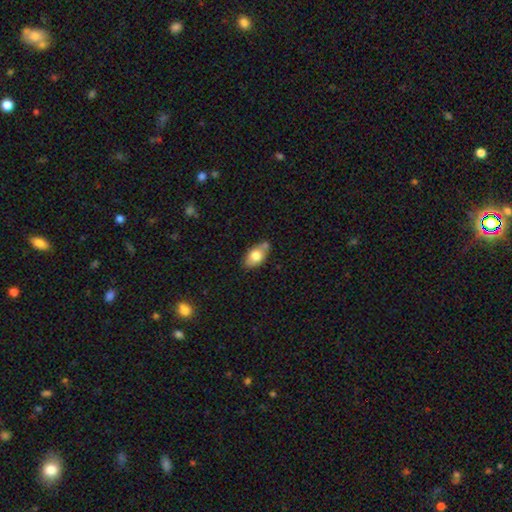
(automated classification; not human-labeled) Overall: smooth (75%). How rounded: in between (89%). Merging: none (59%; minor disturbance 21%).